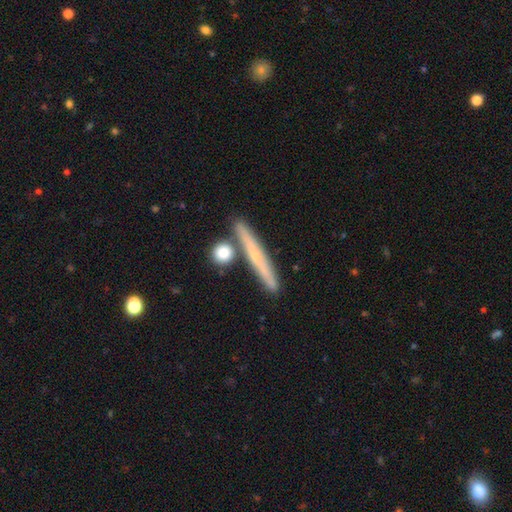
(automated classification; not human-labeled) A smooth galaxy with no disk features (50%) that is cigar-shaped (92%).

Vote fractions:
- Smooth or featured? smooth: 50% / featured or disk: 42% / star or artifact: 8%
- How rounded? cigar-shaped: 92% / in between: 4% / round: 4%
- Merging? none: 80% / minor disturbance: 10% / merger: 8% / major disturbance: 3%